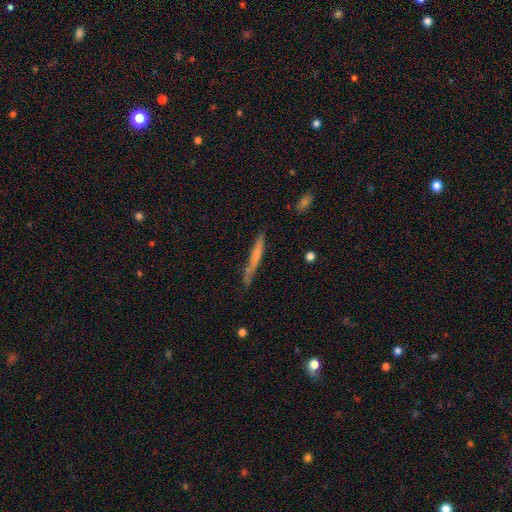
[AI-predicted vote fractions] A smooth galaxy with no disk features (58%) that is cigar-shaped (95%). Merging: none (73%).